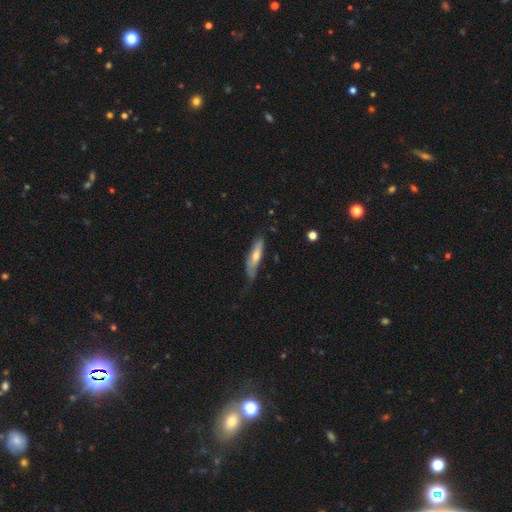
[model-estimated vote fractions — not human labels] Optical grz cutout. It shows a smooth galaxy with no disk features (54%) that is cigar-shaped (72%). Merging: none (54%).